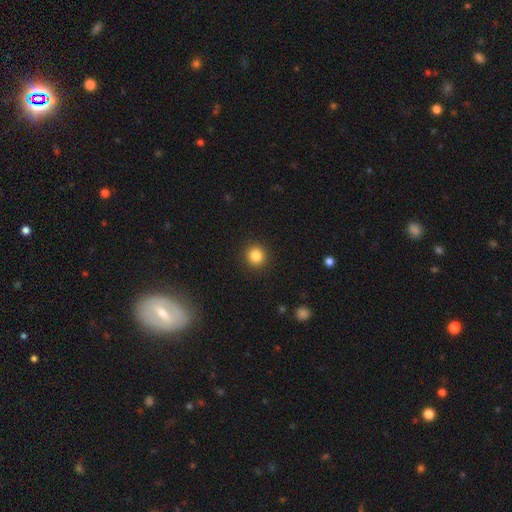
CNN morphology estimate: smooth-or-featured: smooth: 85% | star or artifact: 11% | featured or disk: 4%
  how-rounded: round: 93% | in between: 6% | cigar-shaped: 1%
  merging: none: 92% | minor disturbance: 5% | major disturbance: 2% | merger: 1%